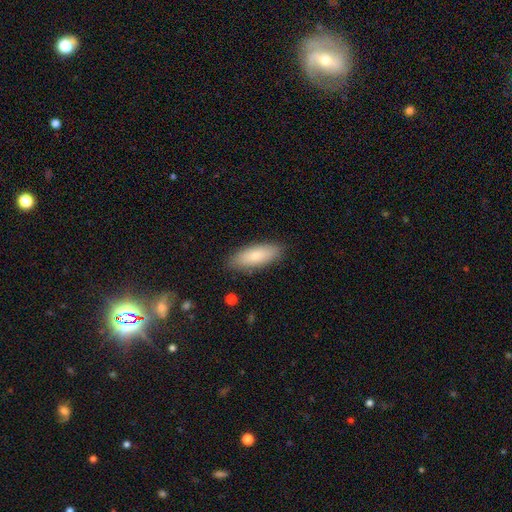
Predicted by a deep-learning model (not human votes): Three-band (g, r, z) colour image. It shows a smooth galaxy with no disk features (81%) that is in between round and cigar-shaped (68%). Merging: none (87%).